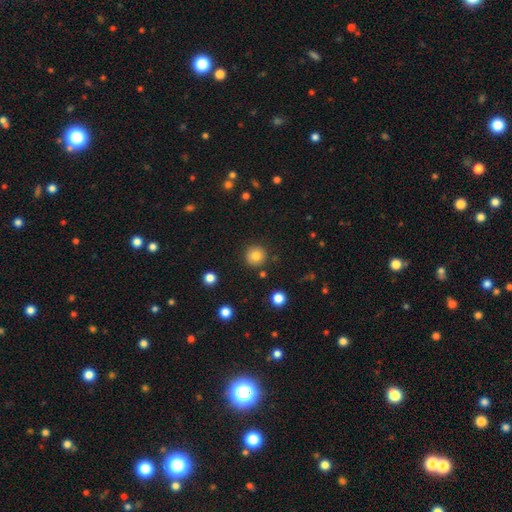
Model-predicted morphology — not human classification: A smooth galaxy with no disk features (82%) that is round (95%). Merging: none (89%).